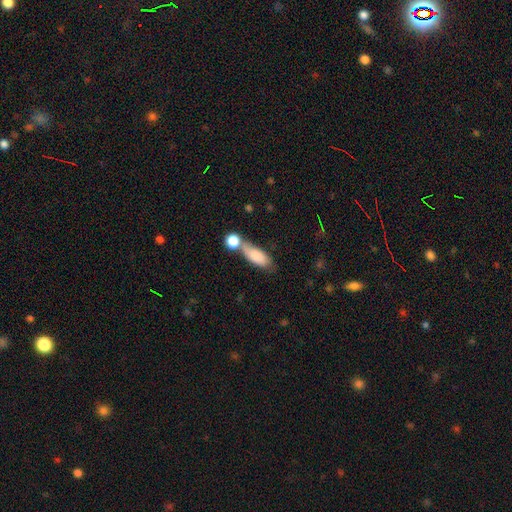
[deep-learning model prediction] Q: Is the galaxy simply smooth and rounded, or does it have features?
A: smooth — 81%.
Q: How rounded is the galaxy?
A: in between — 74%.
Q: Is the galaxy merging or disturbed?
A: none — 40%.